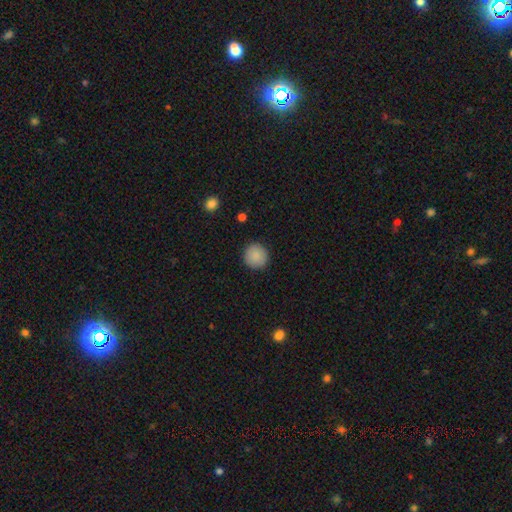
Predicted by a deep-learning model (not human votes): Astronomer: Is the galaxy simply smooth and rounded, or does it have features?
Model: smooth — 88%.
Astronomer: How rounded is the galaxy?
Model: round — 95%.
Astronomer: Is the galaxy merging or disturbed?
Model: none — 92%.